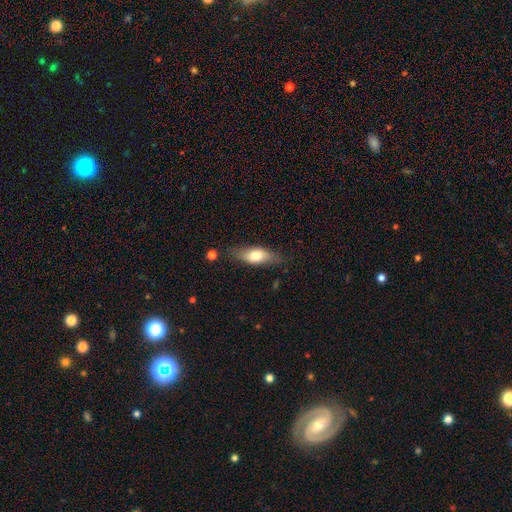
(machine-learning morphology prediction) Smooth or featured? Predicted: smooth (p=0.68). How rounded? Predicted: in between (p=0.73). Merging? Predicted: none (p=0.74).